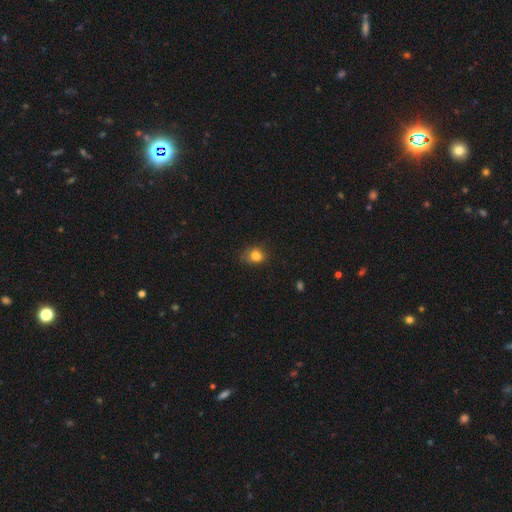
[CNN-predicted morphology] smooth-or-featured: smooth: 80% | star or artifact: 12% | featured or disk: 8%
  how-rounded: in between: 50% | round: 49% | cigar-shaped: 1%
  merging: none: 54% | minor disturbance: 32% | major disturbance: 12% | merger: 3%